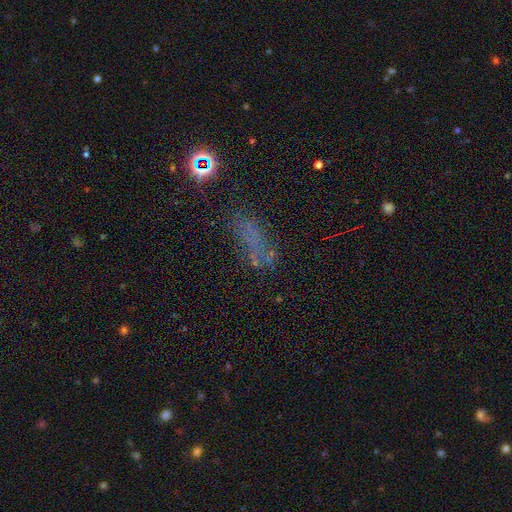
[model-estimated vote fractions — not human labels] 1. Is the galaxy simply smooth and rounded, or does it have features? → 42% smooth, 32% star or artifact, 26% featured or disk.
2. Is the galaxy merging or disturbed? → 48% none, 22% major disturbance, 21% minor disturbance, 8% merger.